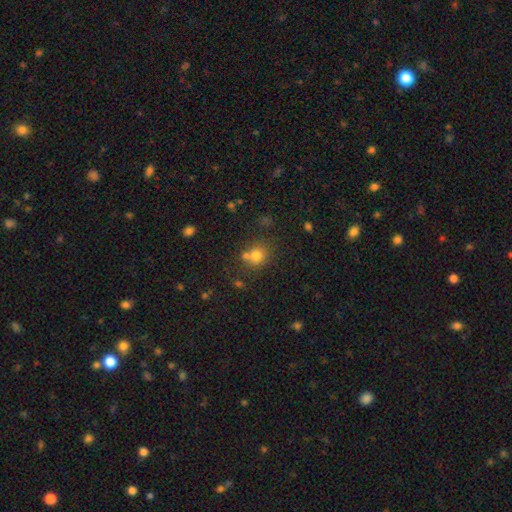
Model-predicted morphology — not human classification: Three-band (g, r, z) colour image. It shows a smooth galaxy with no disk features (76%) that is round (76%). Merging: none (56%).